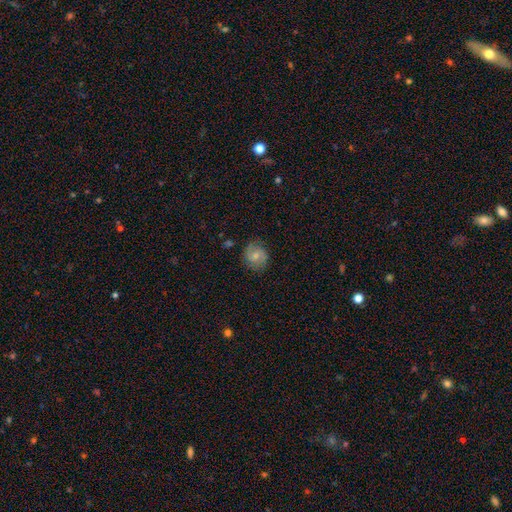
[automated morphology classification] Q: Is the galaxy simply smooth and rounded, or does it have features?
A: featured or disk — 50%.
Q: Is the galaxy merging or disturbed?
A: none — 80%.